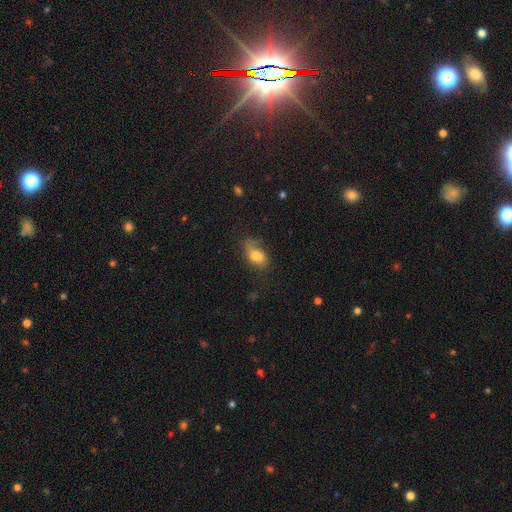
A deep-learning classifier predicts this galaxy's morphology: Overall: smooth (72%). How rounded: in between (86%). Merging: none (42%; minor disturbance 33%).